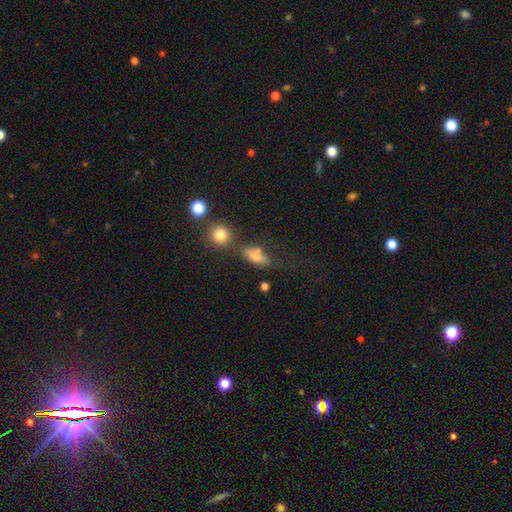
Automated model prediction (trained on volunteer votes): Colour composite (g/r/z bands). It shows a smooth galaxy with no disk features (73%) that is in between round and cigar-shaped (74%). Merging: none (54%).